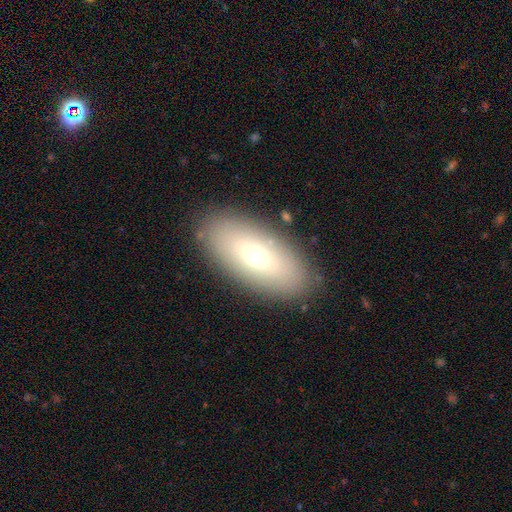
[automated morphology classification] Overall: smooth (66%). How rounded: in between (88%). Merging: none (86%).